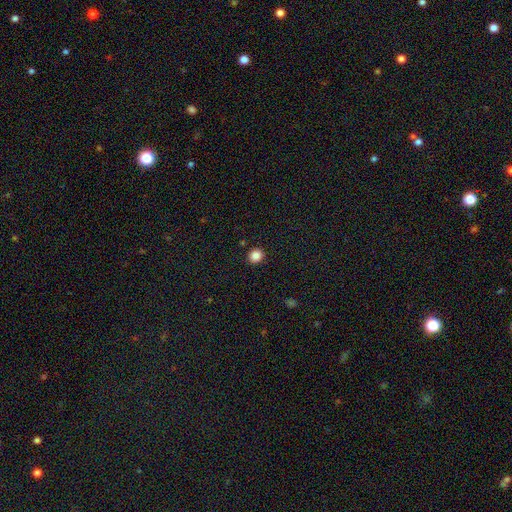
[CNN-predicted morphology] Smooth or featured? Predicted: smooth (p=0.85). How rounded? Predicted: round (p=0.87). Merging? Predicted: none (p=0.92).